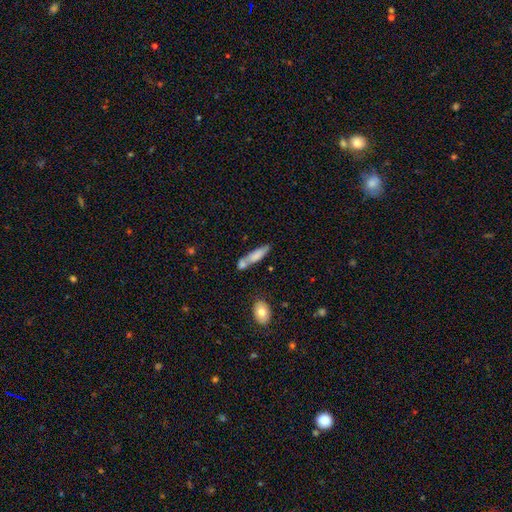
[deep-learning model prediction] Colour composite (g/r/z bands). It shows a smooth galaxy with no disk features (72%) that is cigar-shaped (66%). Merging: none (45%).